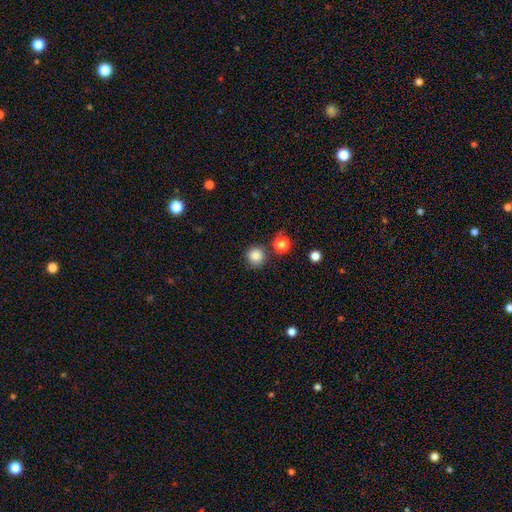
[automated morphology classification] A smooth galaxy with no disk features (85%) that is round (94%).

Vote fractions:
- Smooth or featured? smooth: 85% / star or artifact: 11% / featured or disk: 4%
- How rounded? round: 94% / in between: 5% / cigar-shaped: 1%
- Merging? none: 82% / minor disturbance: 9% / merger: 6% / major disturbance: 3%